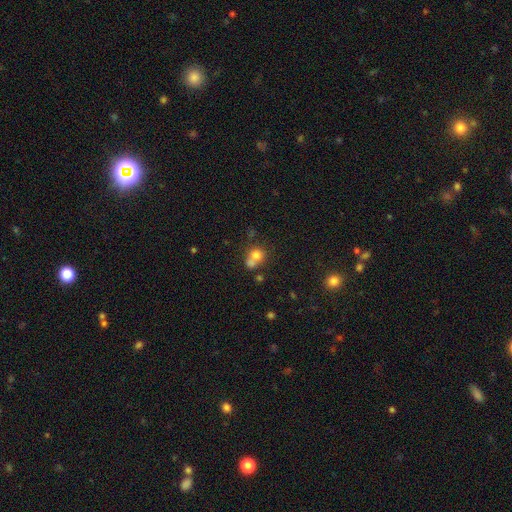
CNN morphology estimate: smooth 73%, featured or disk 15%, star or artifact 12%. Down the decision tree: how rounded — round (78%); merging — merger (51%).